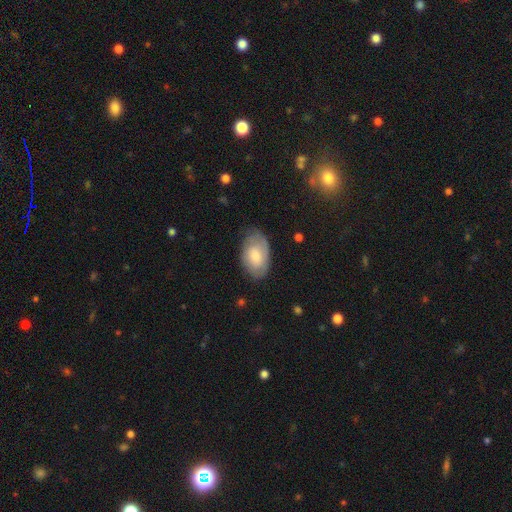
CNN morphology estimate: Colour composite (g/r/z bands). It shows a smooth galaxy with no disk features (64%) that is in between round and cigar-shaped (93%). Merging: none (67%).